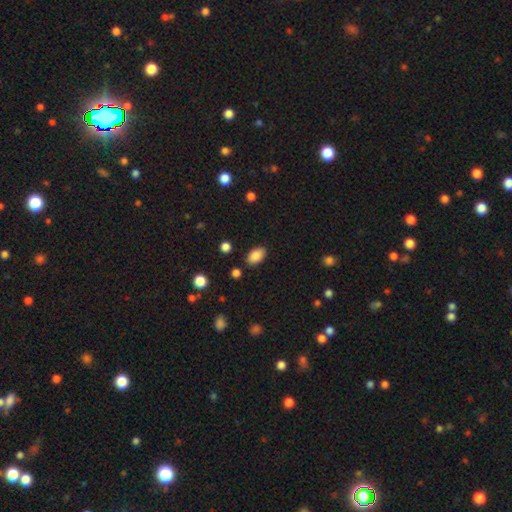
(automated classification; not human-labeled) Overall: smooth (87%). How rounded: in between (91%). Merging: none (85%).